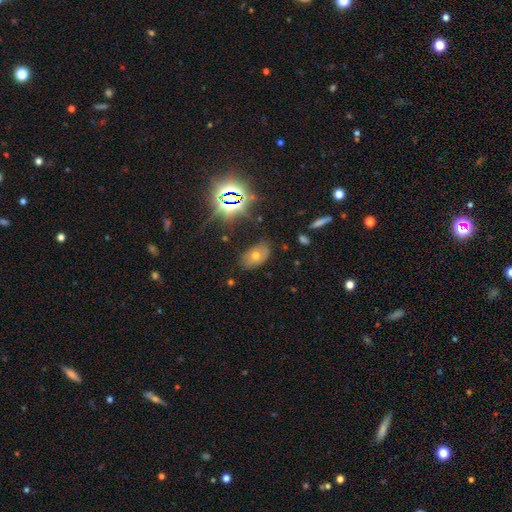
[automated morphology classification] type=smooth (53%); roundness=in between (89%); merging=none (78%).